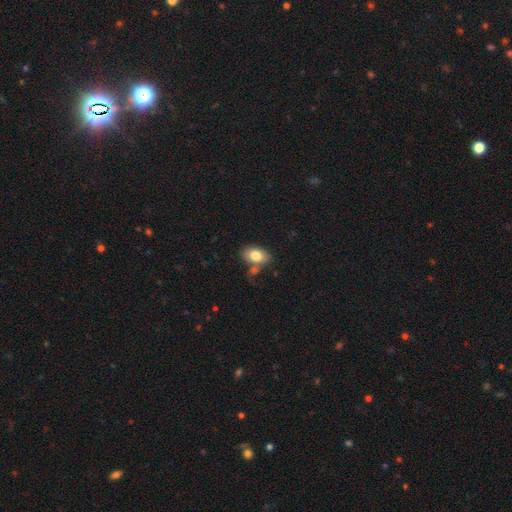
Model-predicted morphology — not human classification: A smooth galaxy with no disk features (80%) that is in between round and cigar-shaped (88%).

Vote fractions:
- Smooth or featured? smooth: 80% / featured or disk: 13% / star or artifact: 7%
- How rounded? in between: 88% / round: 11% / cigar-shaped: 2%
- Merging? none: 64% / merger: 16% / minor disturbance: 15% / major disturbance: 4%